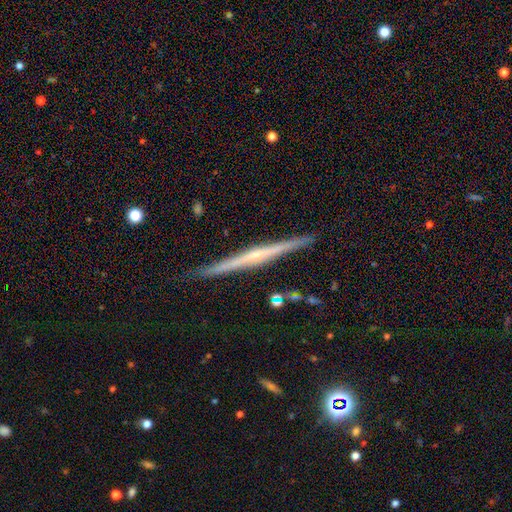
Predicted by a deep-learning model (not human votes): Morphology: type=featured or disk (77%); edge-on=yes (98%); edge-on bulge=rounded (51%); merging=none (90%).